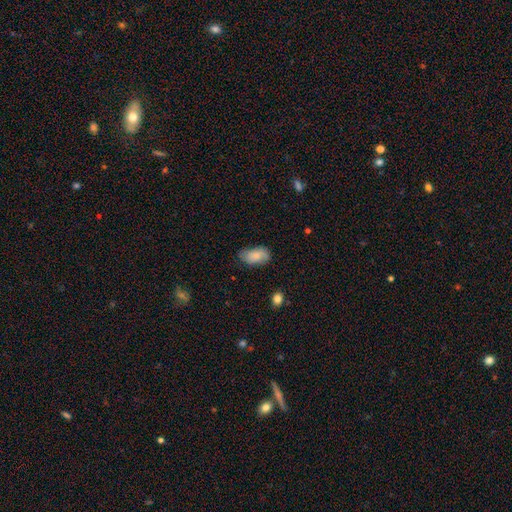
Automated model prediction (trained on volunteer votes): Overall: smooth (78%). How rounded: in between (93%). Merging: none (62%; minor disturbance 30%).